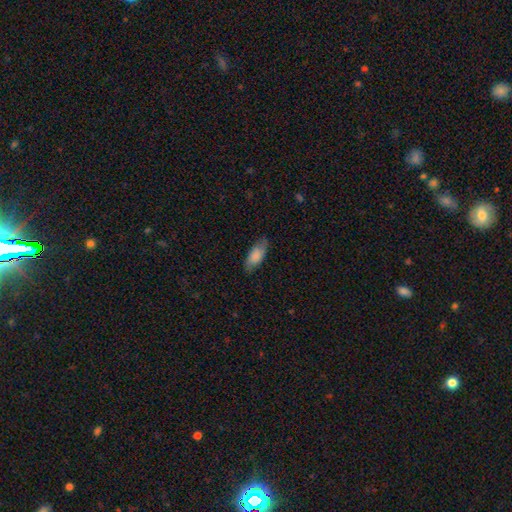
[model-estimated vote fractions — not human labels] Smooth or featured?
  - smooth: 79% *
  - featured or disk: 15%
  - star or artifact: 6%
How rounded?
  - in between: 81% *
  - cigar-shaped: 17%
  - round: 2%
Merging?
  - none: 75% *
  - minor disturbance: 20%
  - major disturbance: 4%
  - merger: 1%